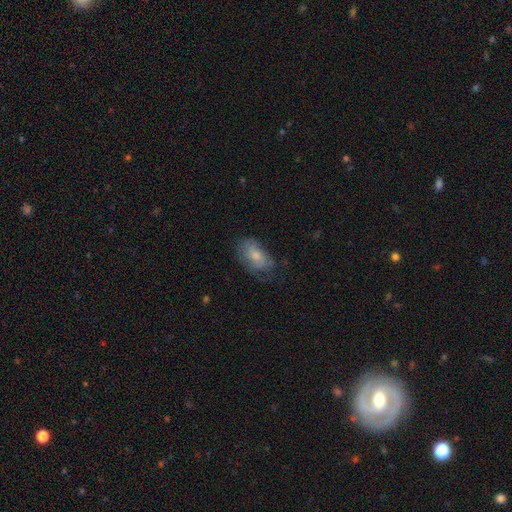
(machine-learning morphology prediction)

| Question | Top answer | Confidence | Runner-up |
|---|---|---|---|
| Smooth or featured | smooth | 61% | featured or disk (32%) |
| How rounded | in between | 90% | round (7%) |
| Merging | none | 53% | minor disturbance (30%) |